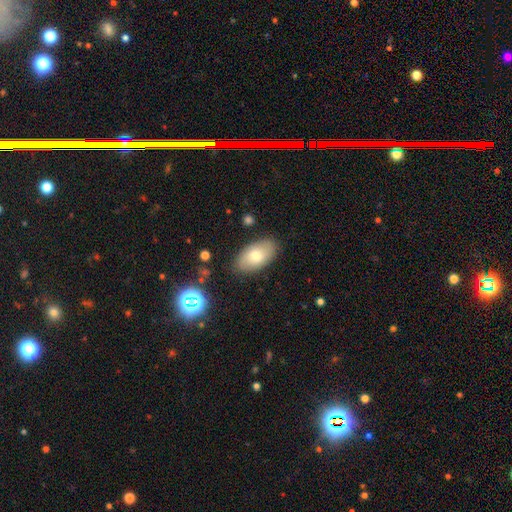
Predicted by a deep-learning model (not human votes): A smooth galaxy with no disk features (71%) that is in between round and cigar-shaped (94%).

Vote fractions:
- Smooth or featured? smooth: 71% / featured or disk: 22% / star or artifact: 7%
- How rounded? in between: 94% / round: 4% / cigar-shaped: 2%
- Merging? none: 83% / minor disturbance: 13% / major disturbance: 3% / merger: 2%